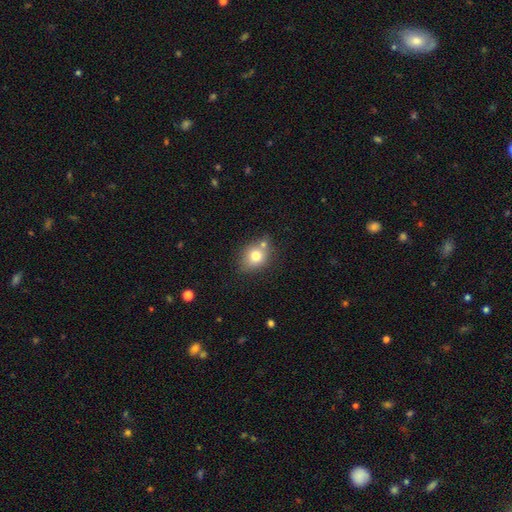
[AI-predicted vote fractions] smooth 76%, featured or disk 13%, star or artifact 11%. Down the decision tree: how rounded — round (57%); merging — none (60%).